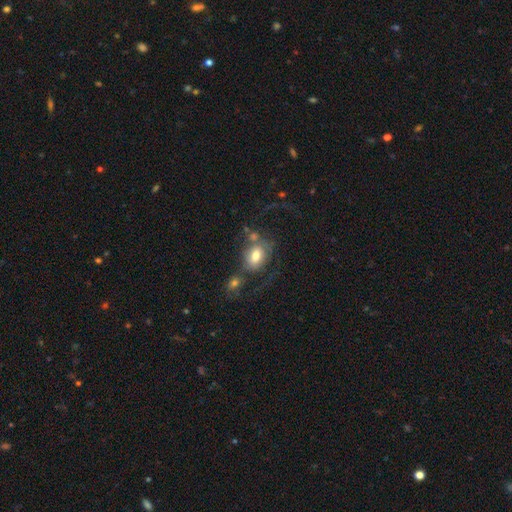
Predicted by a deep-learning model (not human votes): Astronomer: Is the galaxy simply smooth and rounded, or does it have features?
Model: smooth — 71%.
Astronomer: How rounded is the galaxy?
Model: in between — 71%.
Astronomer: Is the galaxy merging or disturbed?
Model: none — 37% (runner-up: major disturbance, 23%).